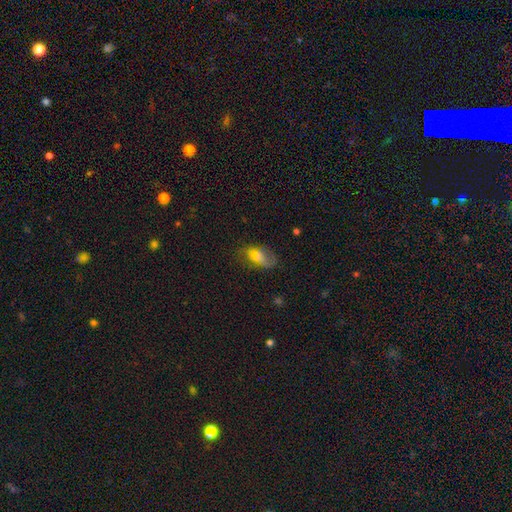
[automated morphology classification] smooth 51%, featured or disk 36%, star or artifact 13%. Down the decision tree: how rounded — in between (86%); merging — none (55%).